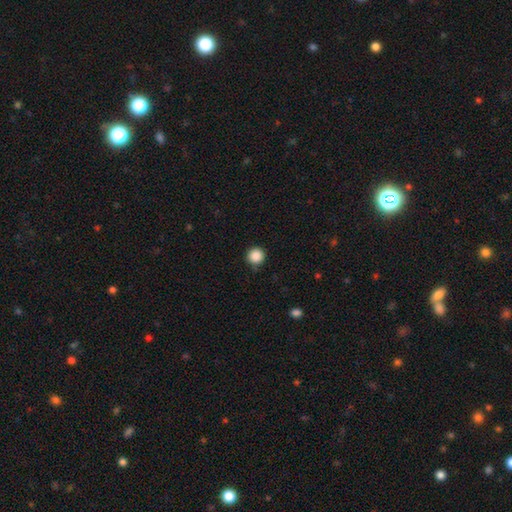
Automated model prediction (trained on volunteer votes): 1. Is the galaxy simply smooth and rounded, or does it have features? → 88% smooth, 10% star or artifact, 2% featured or disk.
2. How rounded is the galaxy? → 96% round, 3% in between, 1% cigar-shaped.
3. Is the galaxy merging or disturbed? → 88% none, 9% minor disturbance, 2% major disturbance, 1% merger.